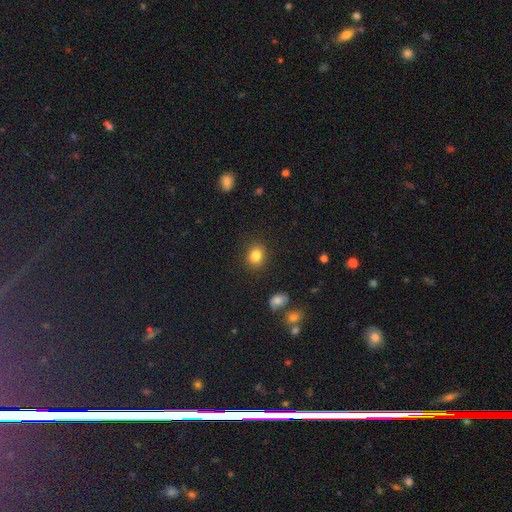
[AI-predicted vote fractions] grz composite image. It shows a smooth galaxy with no disk features (84%) that is in between round and cigar-shaped (50%). Merging: none (85%).